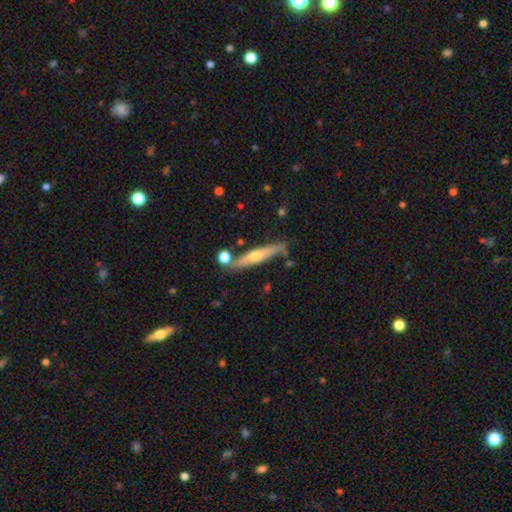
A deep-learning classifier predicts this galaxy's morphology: Smooth or featured? Predicted: featured or disk (p=0.60). Edge-on disk? Predicted: yes (p=0.92). Edge-on bulge? Predicted: rounded (p=0.86). Merging? Predicted: none (p=0.77).